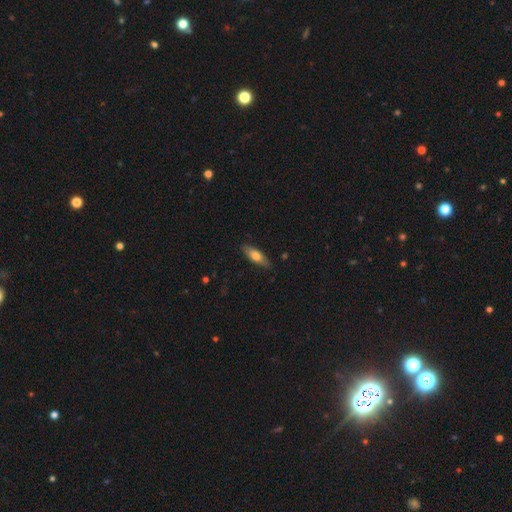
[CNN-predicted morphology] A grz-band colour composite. It shows a smooth galaxy with no disk features (65%) that is in between round and cigar-shaped (54%). Merging: none (84%).